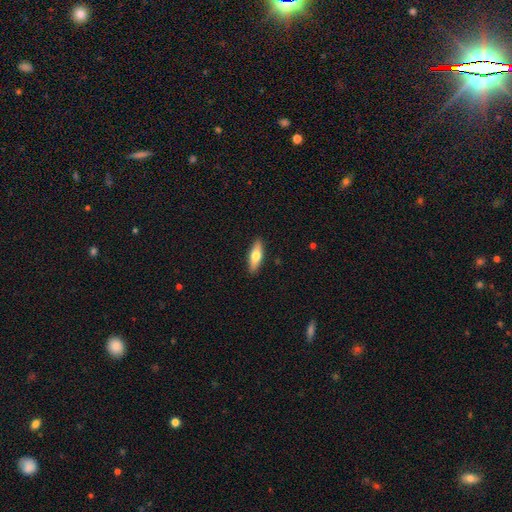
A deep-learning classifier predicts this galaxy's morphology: Q: Smooth or featured?
A: smooth (62%); runner-up: featured or disk (32%)
Q: How rounded?
A: in between (53%); runner-up: cigar-shaped (45%)
Q: Merging?
A: none (90%); runner-up: minor disturbance (8%)